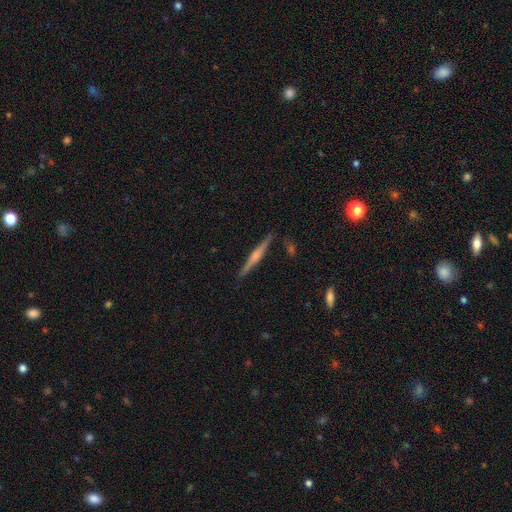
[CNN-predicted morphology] Overall: featured or disk (69%). Edge-on disk: yes (98%). Edge-on bulge: rounded (77%). Merging: none (89%).